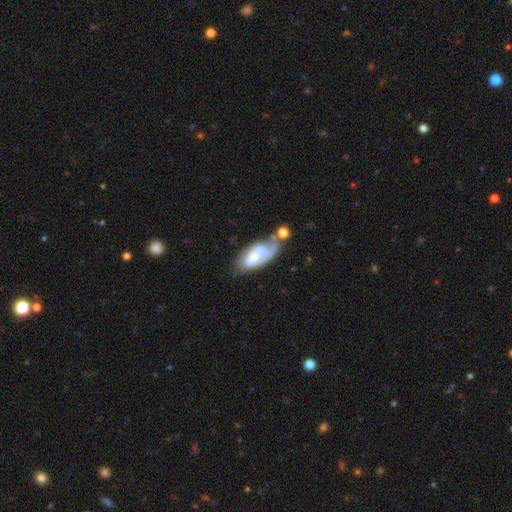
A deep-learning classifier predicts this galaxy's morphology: A featured or disk galaxy (52%).

Vote fractions:
- Smooth or featured? featured or disk: 52% / smooth: 41% / star or artifact: 7%
- Edge-on disk? no: 92% / yes: 8%
- Merging? none: 29% / minor disturbance: 25% / major disturbance: 24% / merger: 21%